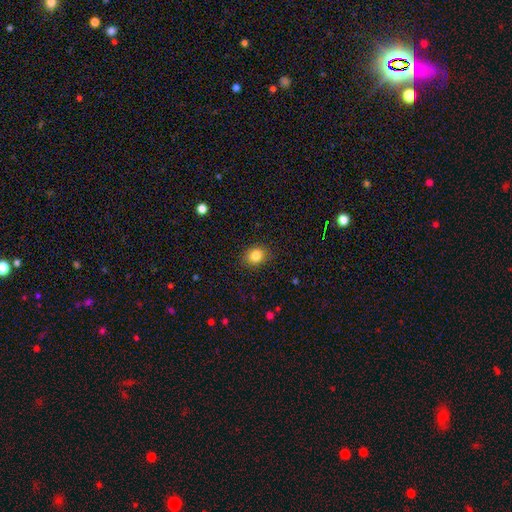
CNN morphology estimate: smooth 84%, star or artifact 10%, featured or disk 6%. Down the decision tree: how rounded — round (56%); merging — none (88%).